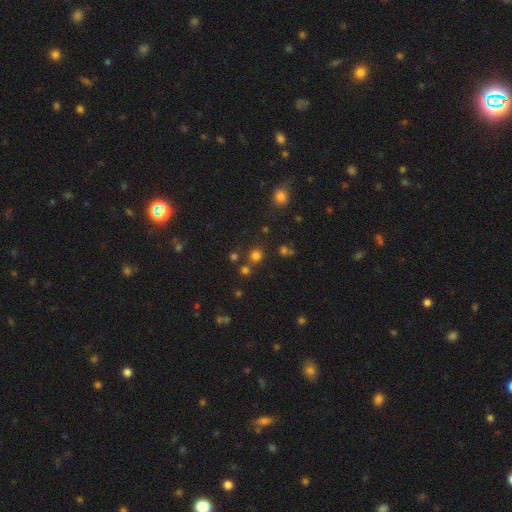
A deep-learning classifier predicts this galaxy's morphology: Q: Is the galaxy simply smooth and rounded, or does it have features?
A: smooth — 70%.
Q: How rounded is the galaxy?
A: round — 91%.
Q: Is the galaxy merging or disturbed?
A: none — 77%.